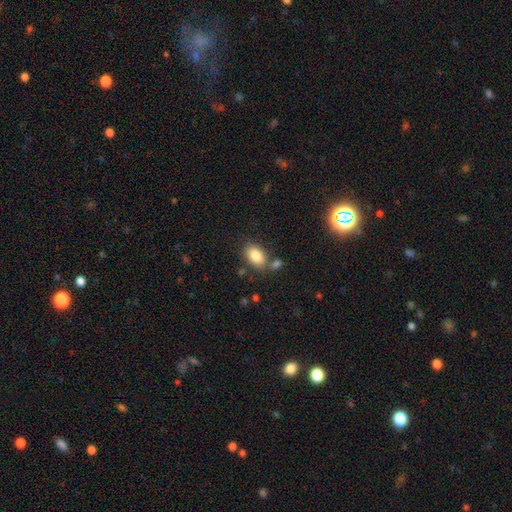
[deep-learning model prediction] Smooth or featured? Predicted: smooth (p=0.85). How rounded? Predicted: in between (p=0.87). Merging? Predicted: none (p=0.69).